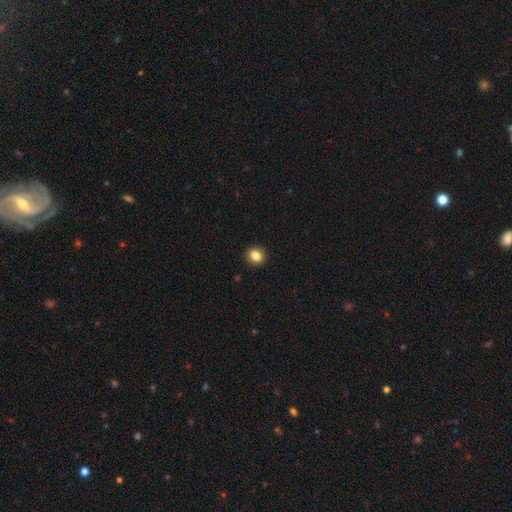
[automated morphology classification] The model was most divided on "how rounded": round: 70%, in between: 29%, cigar-shaped: 1%. More confident: merging — none (92%); smooth or featured — smooth (84%).